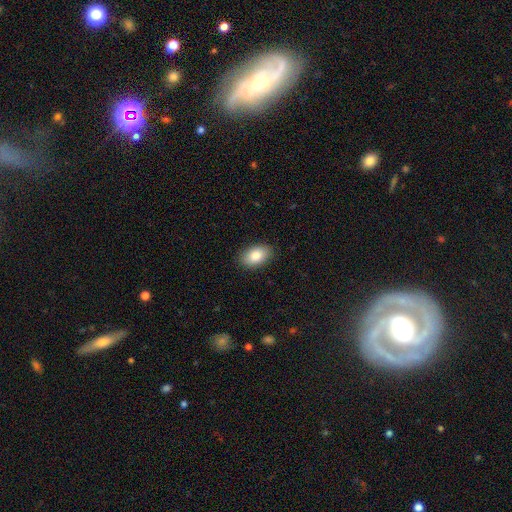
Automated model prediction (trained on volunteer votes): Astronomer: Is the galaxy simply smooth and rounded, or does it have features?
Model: smooth — 83%.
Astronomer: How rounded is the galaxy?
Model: in between — 91%.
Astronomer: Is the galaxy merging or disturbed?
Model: none — 89%.